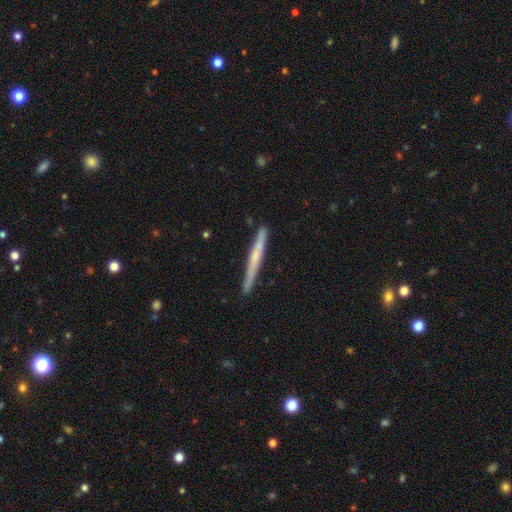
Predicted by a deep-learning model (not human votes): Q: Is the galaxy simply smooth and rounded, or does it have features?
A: featured or disk — 54%.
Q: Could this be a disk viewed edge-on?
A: yes — 97%.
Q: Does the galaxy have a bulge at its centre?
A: none — 56%.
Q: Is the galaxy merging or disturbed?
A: none — 88%.